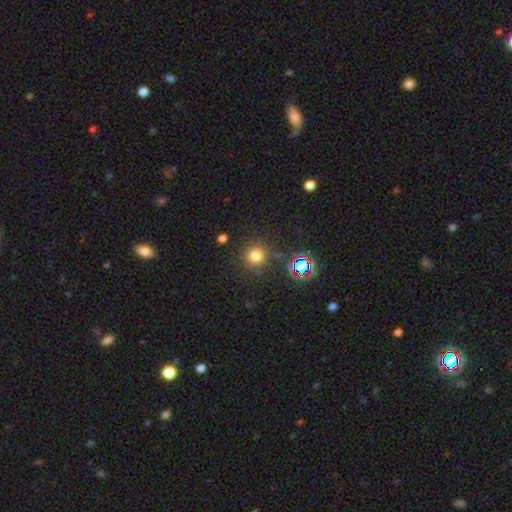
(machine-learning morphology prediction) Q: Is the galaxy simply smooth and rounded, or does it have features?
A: smooth — 73%.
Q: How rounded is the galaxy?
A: round — 93%.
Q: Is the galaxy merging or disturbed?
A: none — 85%.